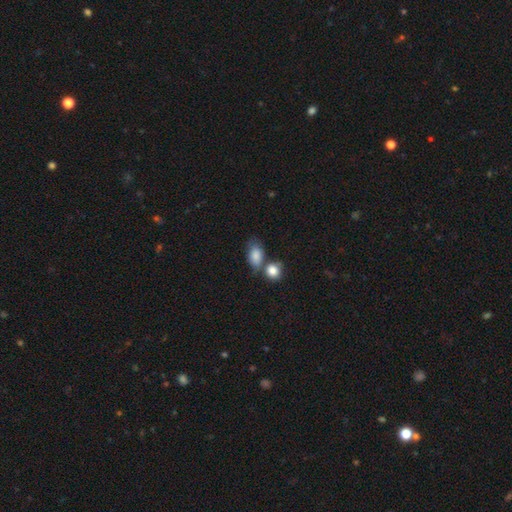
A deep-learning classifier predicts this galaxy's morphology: The model was most divided on "merging": none: 41%, merger: 35%, minor disturbance: 17%, major disturbance: 7%. More confident: smooth or featured — smooth (84%); how rounded — in between (81%).